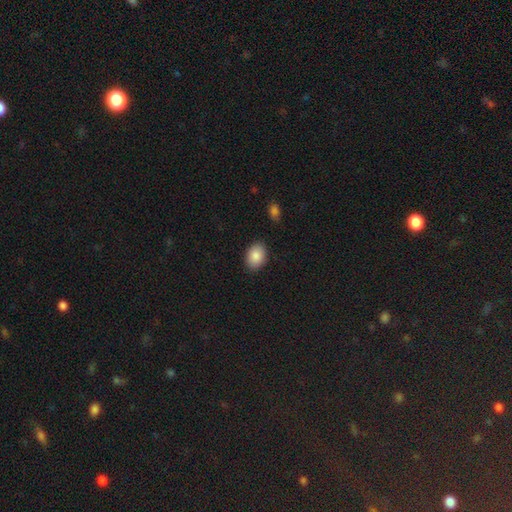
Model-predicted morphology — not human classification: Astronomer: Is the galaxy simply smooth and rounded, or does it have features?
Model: smooth — 87%.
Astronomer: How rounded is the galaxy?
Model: in between — 79%.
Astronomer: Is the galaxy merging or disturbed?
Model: none — 87%.